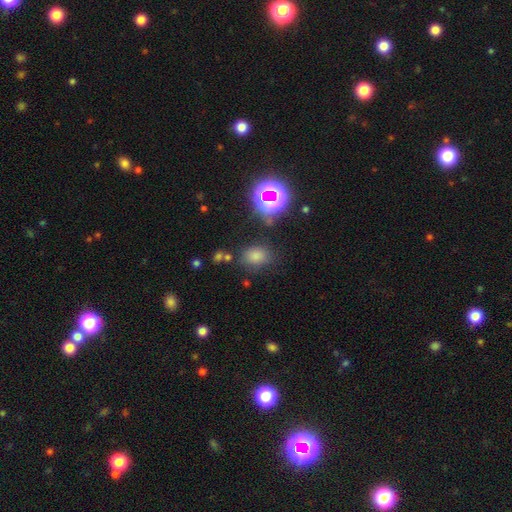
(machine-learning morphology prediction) smooth 68%, star or artifact 24%, featured or disk 8%. Down the decision tree: how rounded — in between (61%); merging — none (80%).